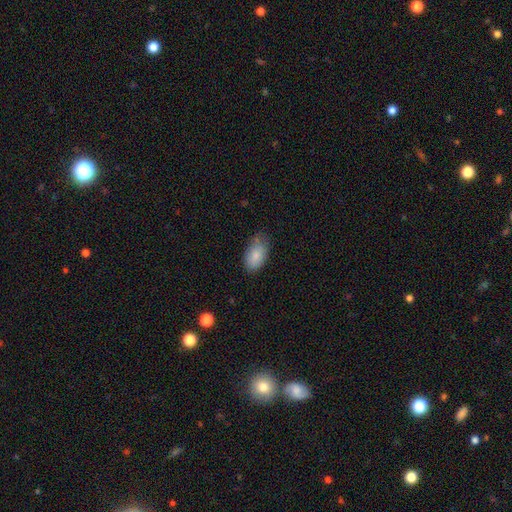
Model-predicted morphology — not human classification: A smooth galaxy with no disk features (85%) that is in between round and cigar-shaped (94%). Merging: none (65%).